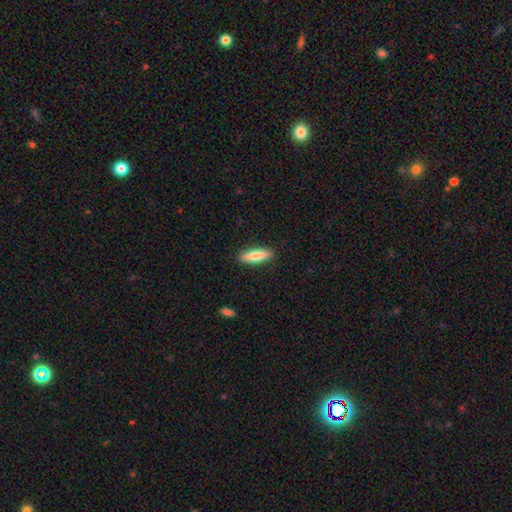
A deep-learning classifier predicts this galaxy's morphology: Q: Smooth or featured?
A: smooth (75%); runner-up: featured or disk (19%)
Q: How rounded?
A: cigar-shaped (68%); runner-up: in between (30%)
Q: Merging?
A: none (90%); runner-up: minor disturbance (7%)